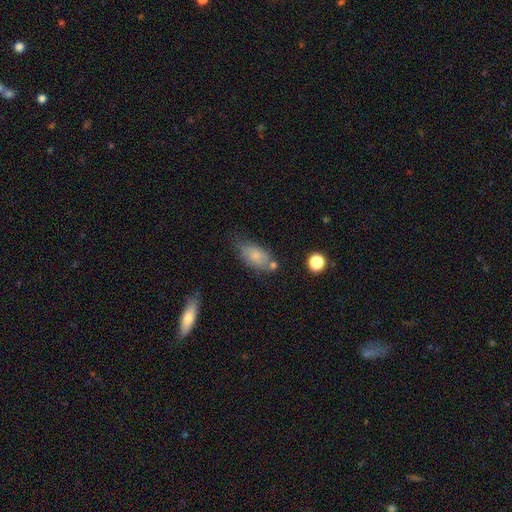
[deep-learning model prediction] Smooth or featured? smooth (73%)
How rounded? in between (89%)
Merging? none (55%)